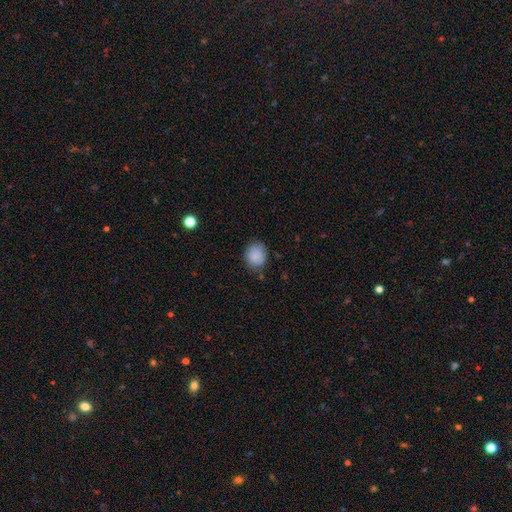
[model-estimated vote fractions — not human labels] A smooth galaxy with no disk features (87%) that is round (69%). Merging: none (77%).